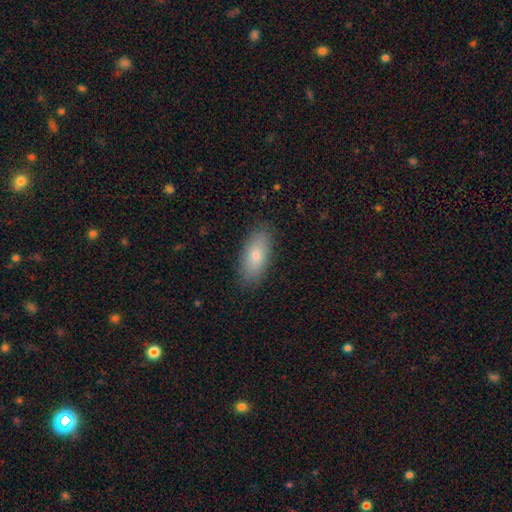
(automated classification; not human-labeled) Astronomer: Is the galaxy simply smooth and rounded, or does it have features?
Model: smooth — 76%.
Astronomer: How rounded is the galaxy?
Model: in between — 84%.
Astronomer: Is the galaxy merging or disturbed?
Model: none — 88%.